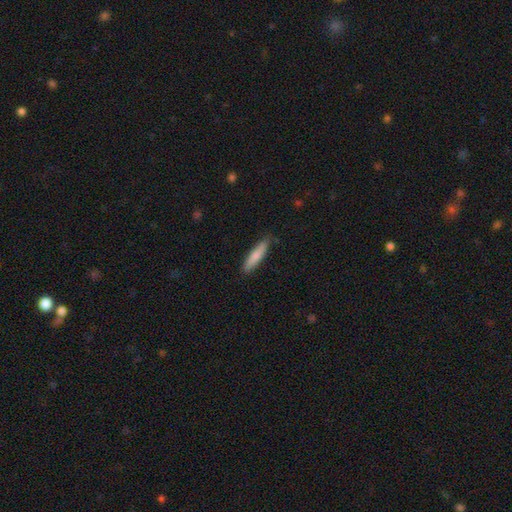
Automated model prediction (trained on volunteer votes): Q: Smooth or featured?
A: smooth (77%); runner-up: featured or disk (17%)
Q: How rounded?
A: cigar-shaped (83%); runner-up: in between (15%)
Q: Merging?
A: none (84%); runner-up: minor disturbance (13%)